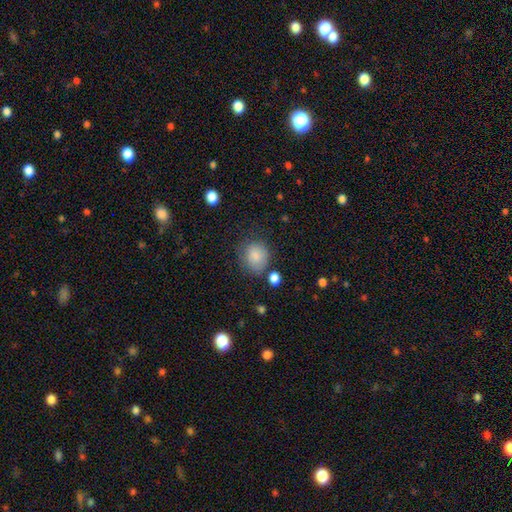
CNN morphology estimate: The model was most divided on "merging": none: 67%, minor disturbance: 21%, major disturbance: 8%, merger: 5%. More confident: smooth or featured — smooth (85%); how rounded — round (78%).